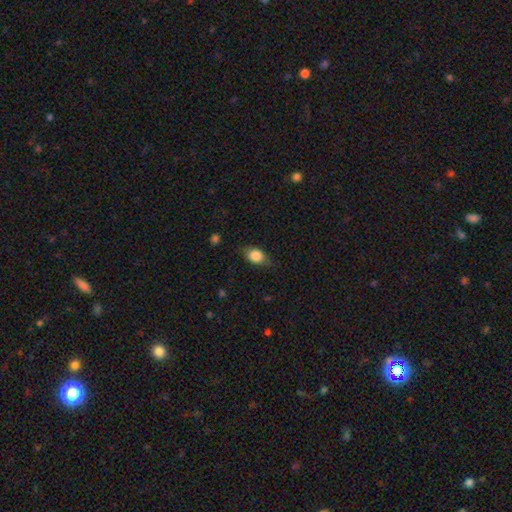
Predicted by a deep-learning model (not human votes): A smooth galaxy with no disk features (81%) that is in between round and cigar-shaped (72%).

Vote fractions:
- Smooth or featured? smooth: 81% / featured or disk: 10% / star or artifact: 8%
- How rounded? in between: 72% / round: 25% / cigar-shaped: 3%
- Merging? none: 74% / minor disturbance: 20% / major disturbance: 5% / merger: 1%